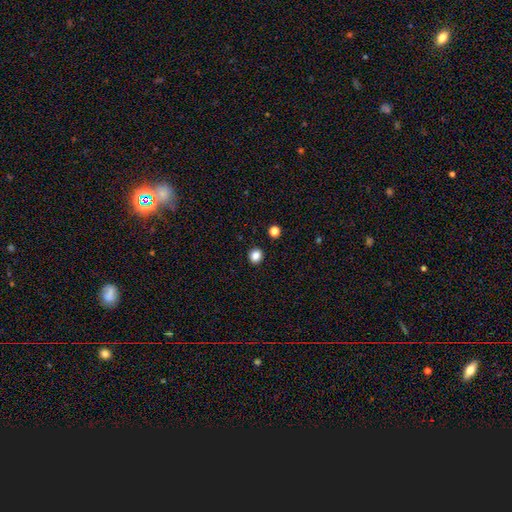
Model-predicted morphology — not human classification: Smooth or featured? Predicted: smooth (p=0.84). How rounded? Predicted: round (p=0.87). Merging? Predicted: none (p=0.92).